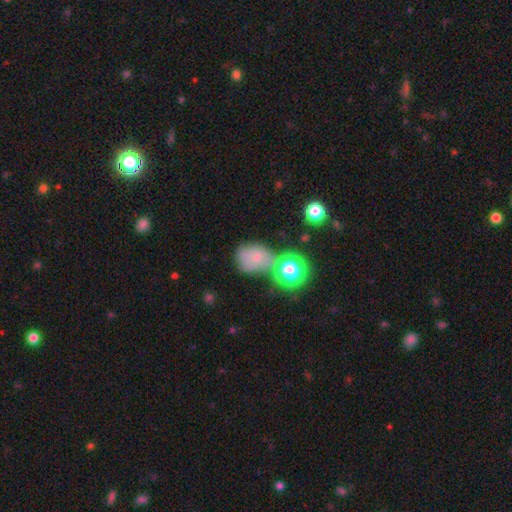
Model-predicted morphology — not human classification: Overall: smooth (58%; star or artifact 24%). How rounded: round (63%; in between 36%). Merging: none (51%; minor disturbance 21%).